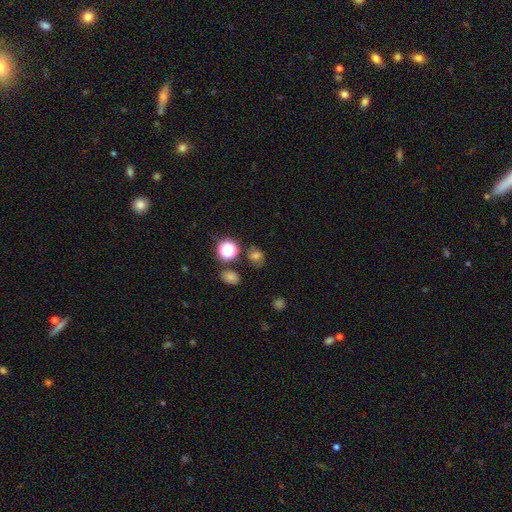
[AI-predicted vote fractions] smooth 60%, star or artifact 28%, featured or disk 12%. Down the decision tree: how rounded — round (62%); merging — none (72%).